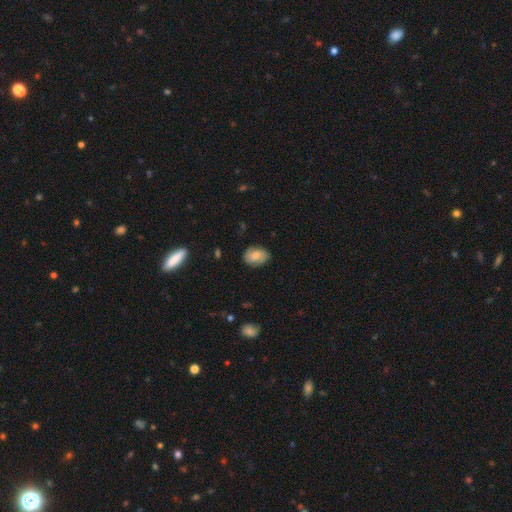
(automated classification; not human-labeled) smooth 66%, featured or disk 26%, star or artifact 8%. Down the decision tree: how rounded — in between (73%); merging — none (76%).